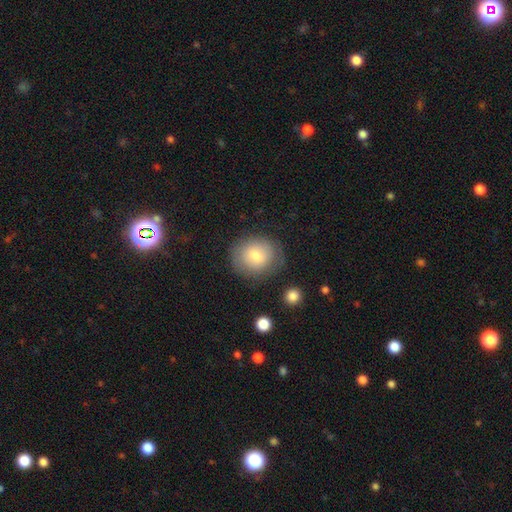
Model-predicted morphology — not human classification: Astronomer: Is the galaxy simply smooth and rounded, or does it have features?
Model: smooth — 73%.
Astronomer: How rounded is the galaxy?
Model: round — 77%.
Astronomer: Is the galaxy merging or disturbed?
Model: none — 77%.